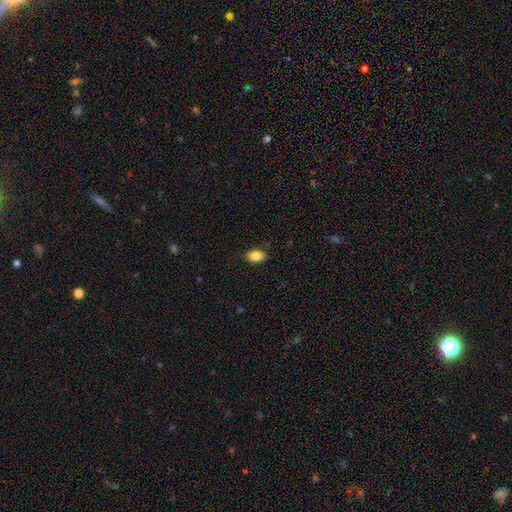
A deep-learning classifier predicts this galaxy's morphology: This appears to be a smooth galaxy with no disk features (86%) that is in between round and cigar-shaped (84%). Merging: none (86%).